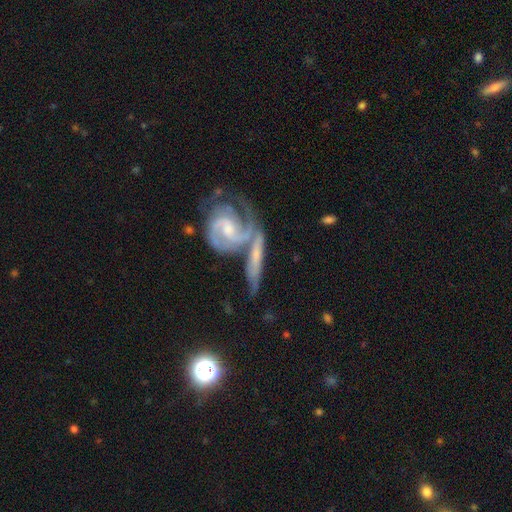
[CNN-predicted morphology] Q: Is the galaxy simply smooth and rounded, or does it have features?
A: featured or disk — 77%.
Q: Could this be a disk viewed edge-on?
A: no — 78%.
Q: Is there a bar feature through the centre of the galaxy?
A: no — 42%, tied with weak.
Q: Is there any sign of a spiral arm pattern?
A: yes — 92%.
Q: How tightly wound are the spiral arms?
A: tight — 53%.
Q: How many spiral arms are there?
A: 2 — 59%.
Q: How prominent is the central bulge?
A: small — 48%.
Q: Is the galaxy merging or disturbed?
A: merger — 40%.